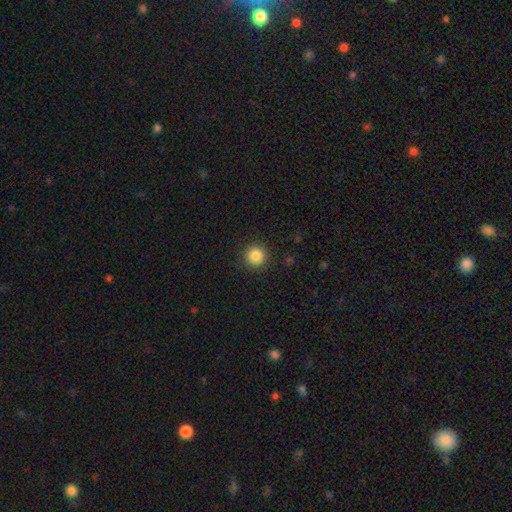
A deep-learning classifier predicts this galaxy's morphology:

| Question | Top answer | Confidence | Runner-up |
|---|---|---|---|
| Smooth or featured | smooth | 86% | star or artifact (11%) |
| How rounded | round | 95% | in between (4%) |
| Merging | none | 91% | minor disturbance (6%) |